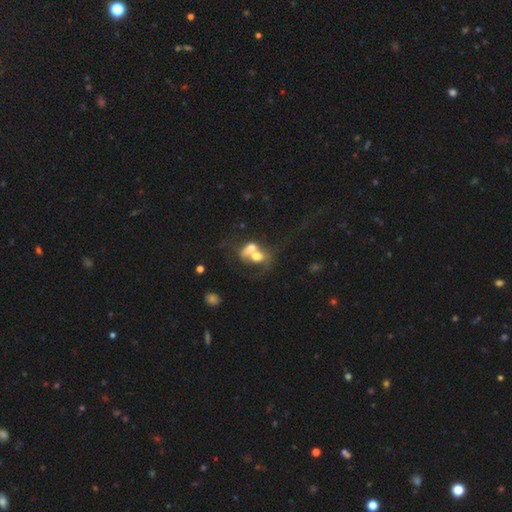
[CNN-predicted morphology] smooth-or-featured: smooth: 48% | featured or disk: 42% | star or artifact: 10%
  merging: merger: 75% | major disturbance: 11% | none: 10% | minor disturbance: 5%